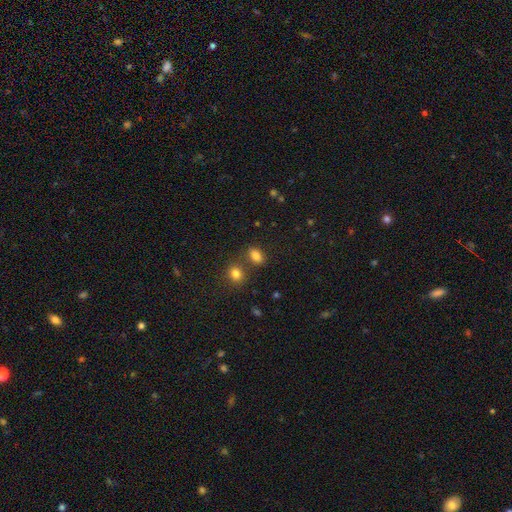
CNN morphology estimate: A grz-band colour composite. It shows a smooth galaxy with no disk features (83%) that is in between round and cigar-shaped (83%). Merging: none (68%).